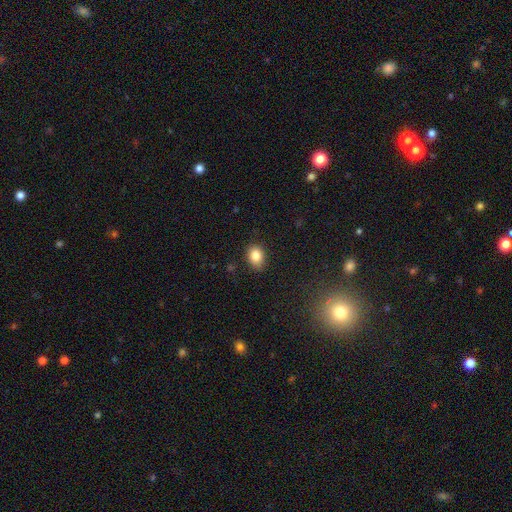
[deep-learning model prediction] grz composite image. It shows a smooth galaxy with no disk features (83%) that is in between round and cigar-shaped (64%). Merging: none (82%).